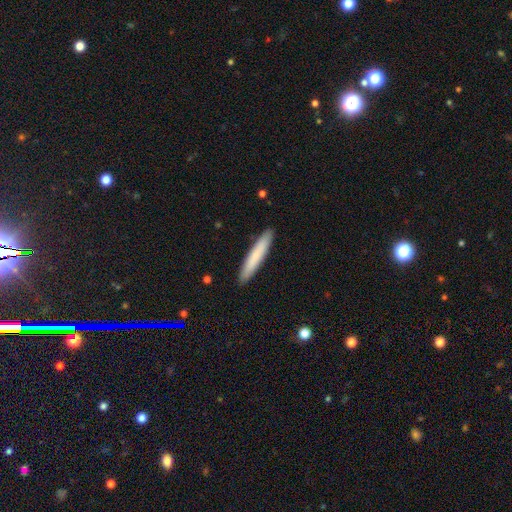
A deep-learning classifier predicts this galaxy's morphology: Overall: smooth (78%). How rounded: cigar-shaped (94%). Merging: none (91%).